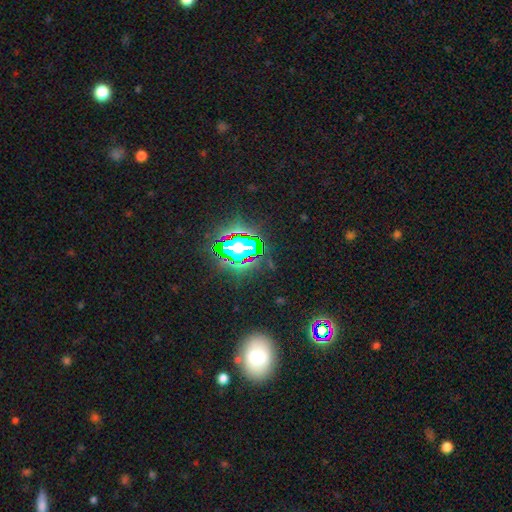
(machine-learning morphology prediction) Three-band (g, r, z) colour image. It shows a star or artifact, not a galaxy (79%).